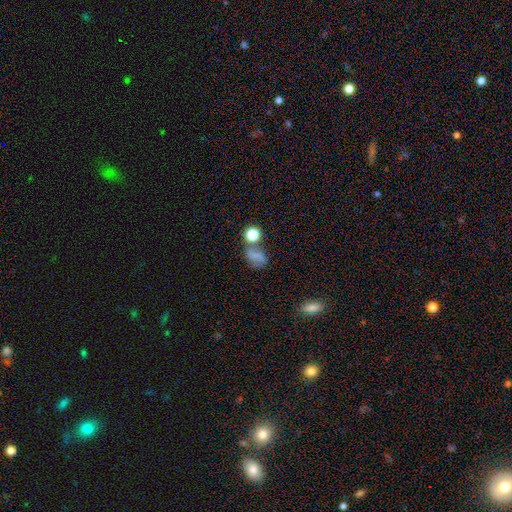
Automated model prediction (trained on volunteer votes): Smooth or featured: smooth — 57% (featured or disk — 23%)
How rounded: in between — 57% (round — 41%)
Merging: none — 44% (merger — 21%)